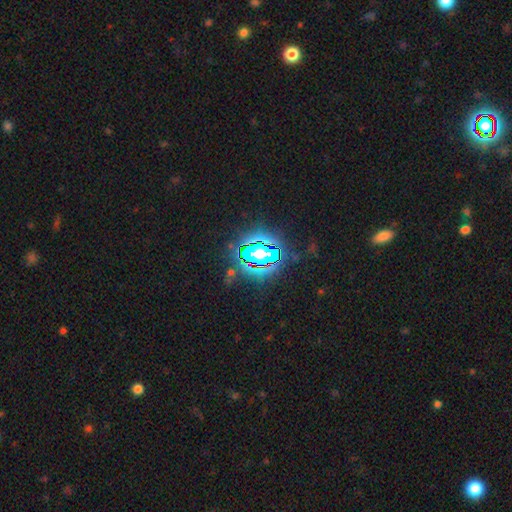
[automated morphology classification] Smooth or featured?
  - star or artifact: 85% *
  - smooth: 9%
  - featured or disk: 6%